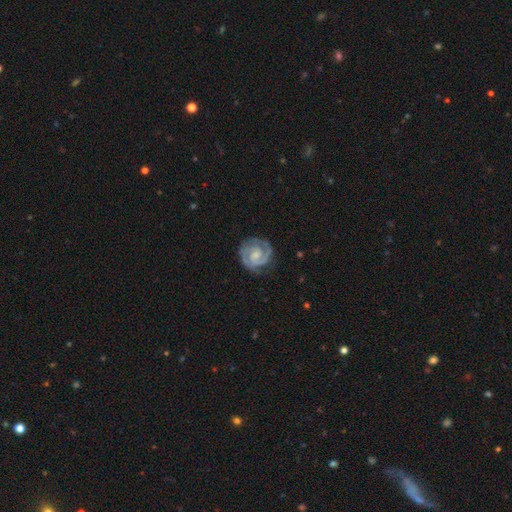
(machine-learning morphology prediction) type=featured or disk (87%); edge-on=no (98%); bar=no (55%); spiral arms=yes (97%); winding=tight (65%); arm count=2 (79%); bulge=small (51%); merging=none (78%).